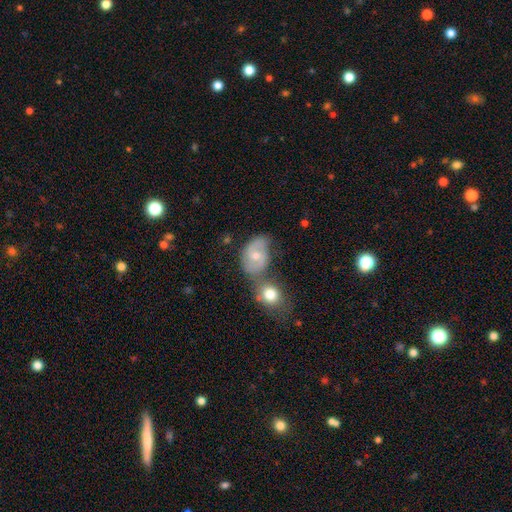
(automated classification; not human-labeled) Q: Smooth or featured?
A: featured or disk (58%); runner-up: smooth (33%)
Q: Edge-on disk?
A: no (97%); runner-up: yes (3%)
Q: Bar?
A: no (57%); runner-up: weak (37%)
Q: Spiral arms?
A: yes (83%); runner-up: no (17%)
Q: Bulge size?
A: moderate (58%); runner-up: small (36%)
Q: Merging?
A: none (41%); runner-up: merger (30%)